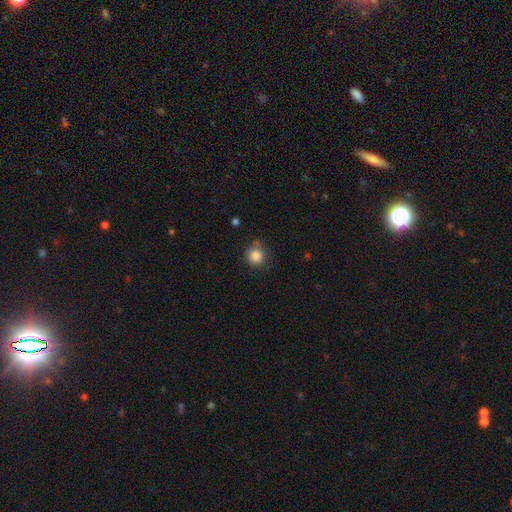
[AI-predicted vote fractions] smooth_or_featured: smooth (p=0.85) [alt: star or artifact p=0.10]
how_rounded: round (p=0.91) [alt: in between p=0.08]
merging: none (p=0.74) [alt: minor disturbance p=0.18]